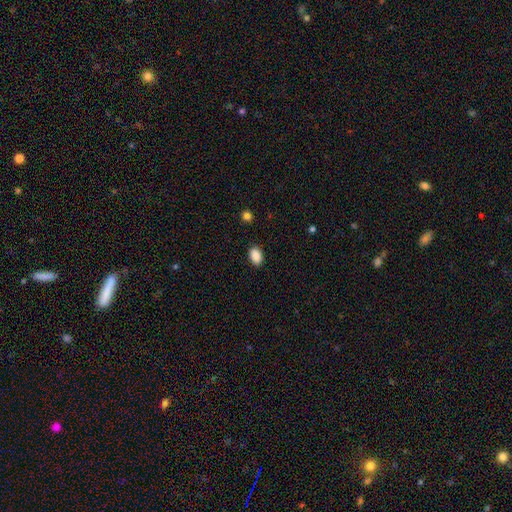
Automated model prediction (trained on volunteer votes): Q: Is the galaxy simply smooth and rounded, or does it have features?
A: smooth — 89%.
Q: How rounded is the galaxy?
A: in between — 86%.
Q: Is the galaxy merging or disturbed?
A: none — 88%.